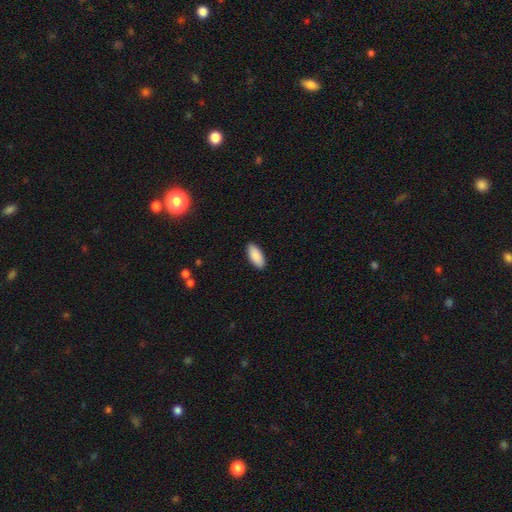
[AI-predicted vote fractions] A smooth galaxy with no disk features (90%) that is in between round and cigar-shaped (88%).

Vote fractions:
- Smooth or featured? smooth: 90% / star or artifact: 6% / featured or disk: 4%
- How rounded? in between: 88% / cigar-shaped: 10% / round: 2%
- Merging? none: 90% / minor disturbance: 7% / major disturbance: 2% / merger: 1%